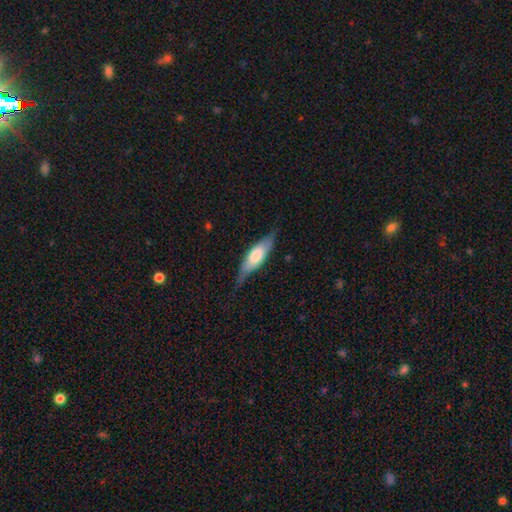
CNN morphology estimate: A smooth galaxy with no disk features (53%) that is in between round and cigar-shaped (51%).

Vote fractions:
- Smooth or featured? smooth: 53% / featured or disk: 42% / star or artifact: 6%
- How rounded? in between: 51% / cigar-shaped: 47% / round: 2%
- Merging? none: 65% / minor disturbance: 26% / major disturbance: 7% / merger: 1%